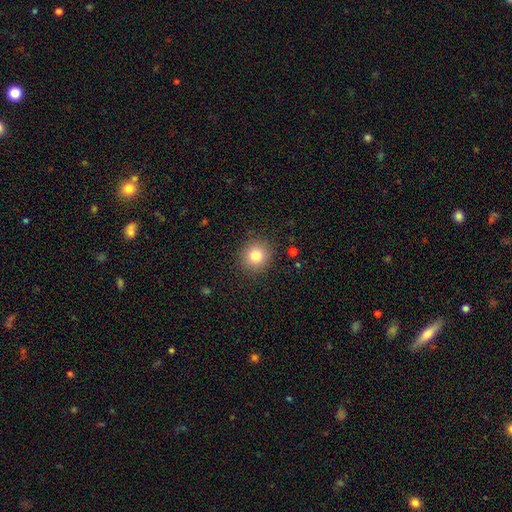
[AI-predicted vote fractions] Smooth or featured: smooth — 80% (star or artifact — 11%)
How rounded: round — 89% (in between — 10%)
Merging: none — 89% (minor disturbance — 8%)